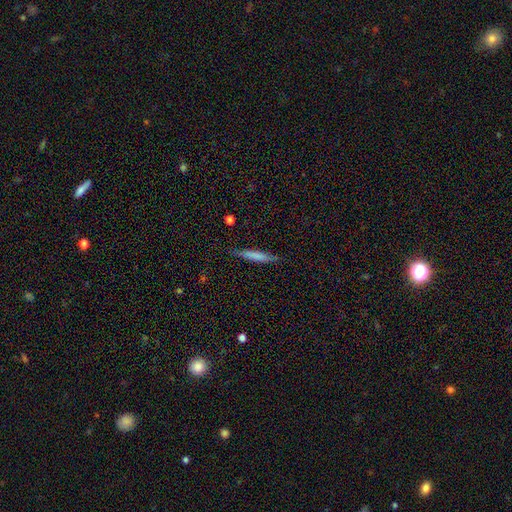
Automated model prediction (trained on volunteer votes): A smooth galaxy with no disk features (69%) that is cigar-shaped (92%).

Vote fractions:
- Smooth or featured? smooth: 69% / featured or disk: 25% / star or artifact: 7%
- How rounded? cigar-shaped: 92% / in between: 7% / round: 1%
- Merging? none: 83% / minor disturbance: 13% / major disturbance: 3% / merger: 1%